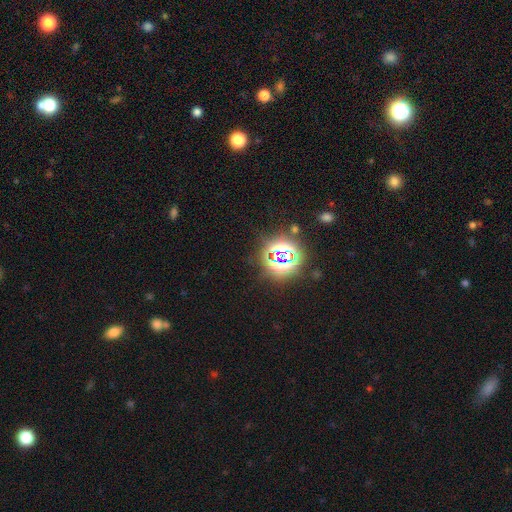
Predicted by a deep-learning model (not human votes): Smooth or featured? star or artifact (81%)